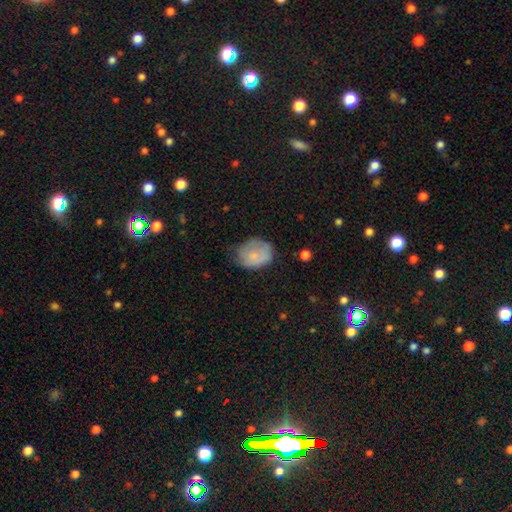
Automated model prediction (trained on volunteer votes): Smooth or featured? Predicted: smooth (p=0.74). How rounded? Predicted: round (p=0.53). Merging? Predicted: none (p=0.54).